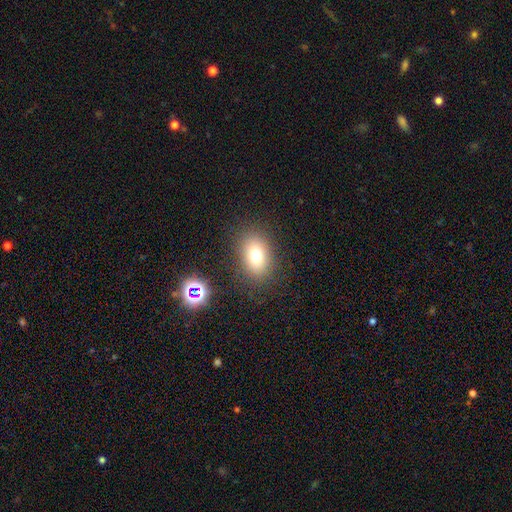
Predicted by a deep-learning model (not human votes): A smooth galaxy with no disk features (73%) that is in between round and cigar-shaped (72%).

Vote fractions:
- Smooth or featured? smooth: 73% / star or artifact: 15% / featured or disk: 12%
- How rounded? in between: 72% / round: 27% / cigar-shaped: 1%
- Merging? none: 84% / minor disturbance: 10% / major disturbance: 4% / merger: 2%